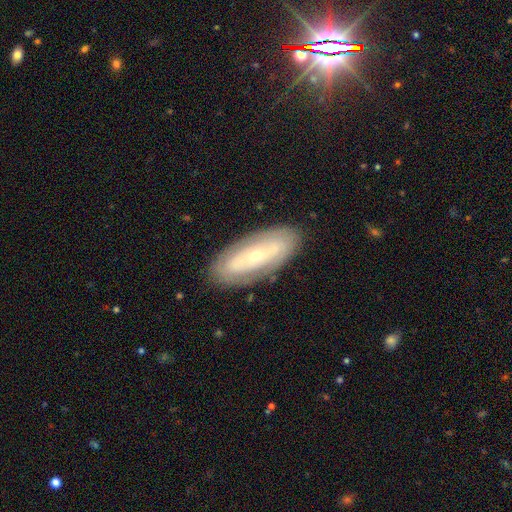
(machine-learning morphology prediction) The model was most divided on "smooth or featured": featured or disk: 59%, smooth: 34%, star or artifact: 6%. More confident: merging — none (84%); edge-on disk — no (83%).